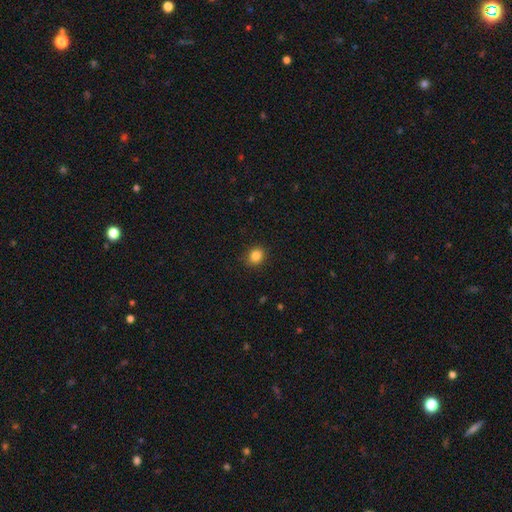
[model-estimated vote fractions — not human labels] smooth-or-featured: smooth: 85% | star or artifact: 11% | featured or disk: 4%
  how-rounded: round: 69% | in between: 30% | cigar-shaped: 1%
  merging: none: 88% | minor disturbance: 9% | major disturbance: 2% | merger: 1%